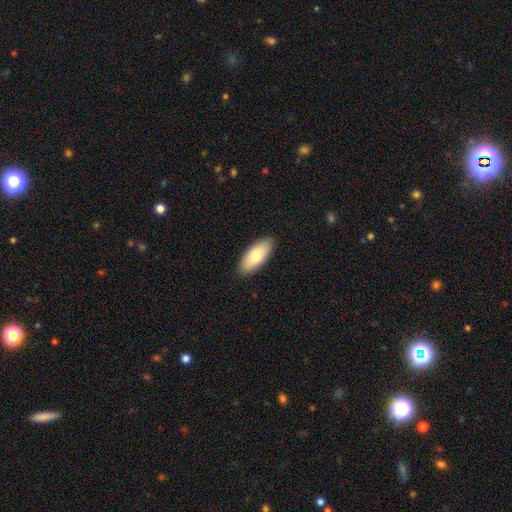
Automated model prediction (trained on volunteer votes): Overall: smooth (81%). How rounded: in between (86%). Merging: none (89%).